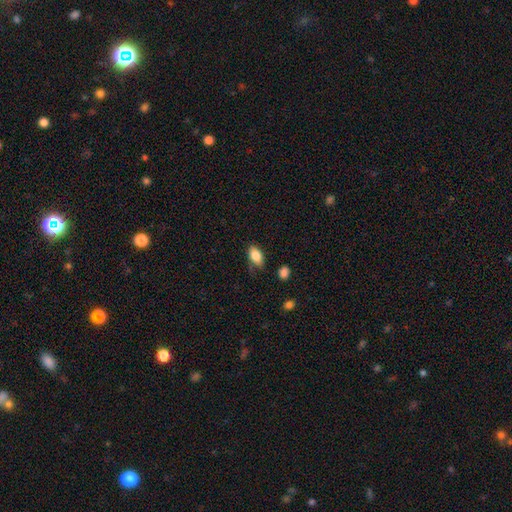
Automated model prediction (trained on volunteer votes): A smooth galaxy with no disk features (85%) that is in between round and cigar-shaped (92%).

Vote fractions:
- Smooth or featured? smooth: 85% / featured or disk: 8% / star or artifact: 7%
- How rounded? in between: 92% / round: 5% / cigar-shaped: 3%
- Merging? none: 67% / minor disturbance: 24% / major disturbance: 6% / merger: 3%